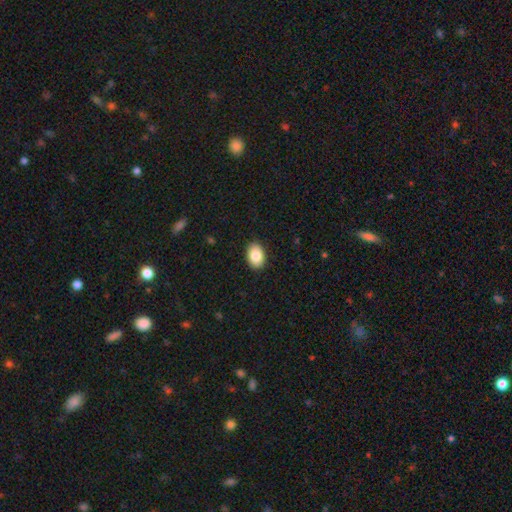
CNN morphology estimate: smooth-or-featured: smooth: 87% | star or artifact: 7% | featured or disk: 6%
  how-rounded: in between: 83% | round: 16% | cigar-shaped: 1%
  merging: none: 90% | minor disturbance: 7% | major disturbance: 2% | merger: 1%